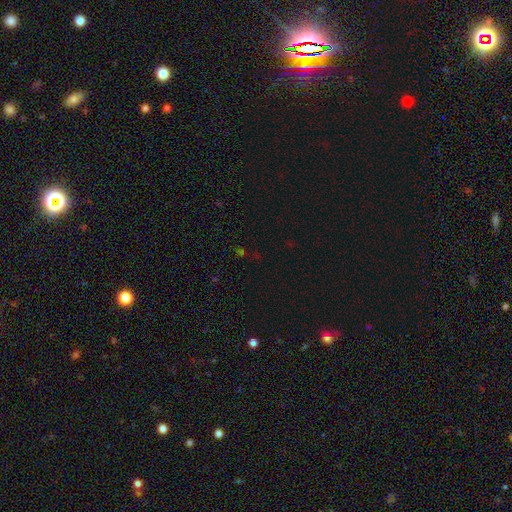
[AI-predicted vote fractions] A star or artifact, not a galaxy (63%).

Vote fractions:
- Smooth or featured? star or artifact: 63% / smooth: 28% / featured or disk: 8%